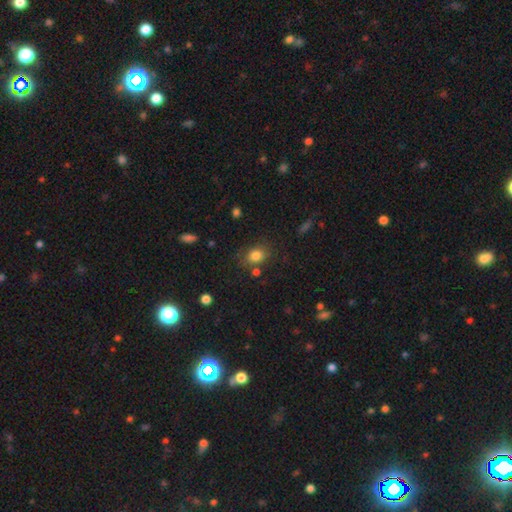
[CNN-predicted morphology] The model was most divided on "how rounded": in between: 52%, round: 47%, cigar-shaped: 1%. More confident: smooth or featured — smooth (81%); merging — none (72%).